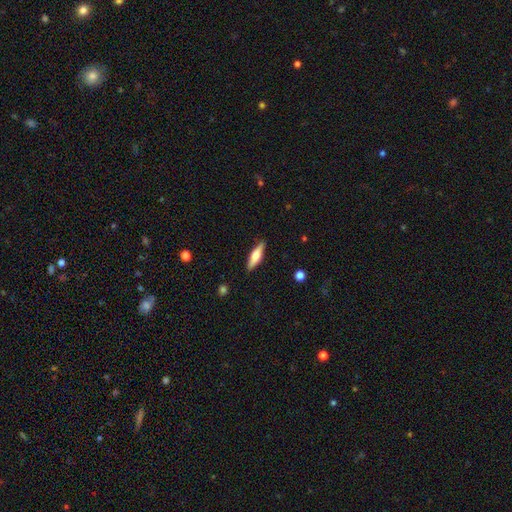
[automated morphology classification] Smooth or featured? smooth (49%)
Merging? none (89%)